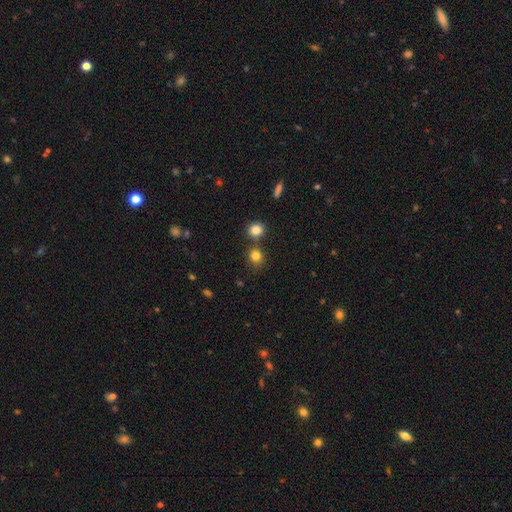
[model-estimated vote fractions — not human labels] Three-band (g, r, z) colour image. It shows a smooth galaxy with no disk features (82%) that is round (78%). Merging: none (69%).